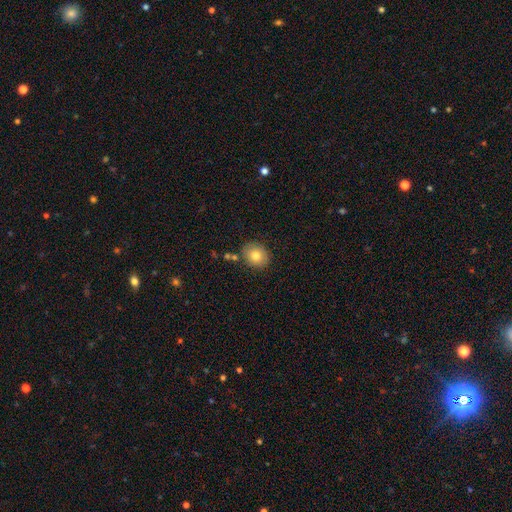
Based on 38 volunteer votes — Smooth or featured: smooth — 87% (star or artifact — 8%)
How rounded: round — 67% (in between — 33%)
Merging: none — 86% (minor disturbance — 6%)